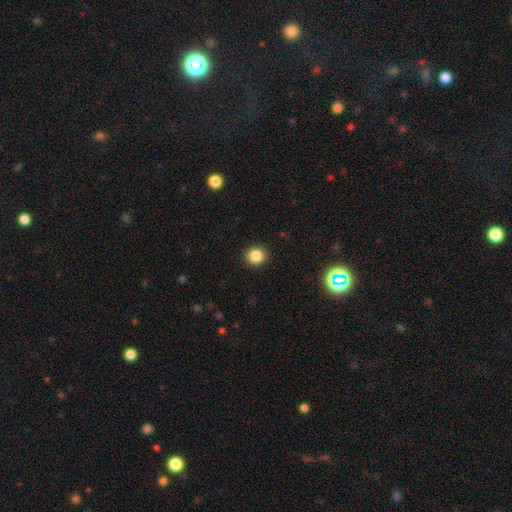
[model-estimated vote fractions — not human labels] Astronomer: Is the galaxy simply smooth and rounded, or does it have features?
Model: smooth — 85%.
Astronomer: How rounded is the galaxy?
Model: round — 91%.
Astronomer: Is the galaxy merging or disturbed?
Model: none — 92%.